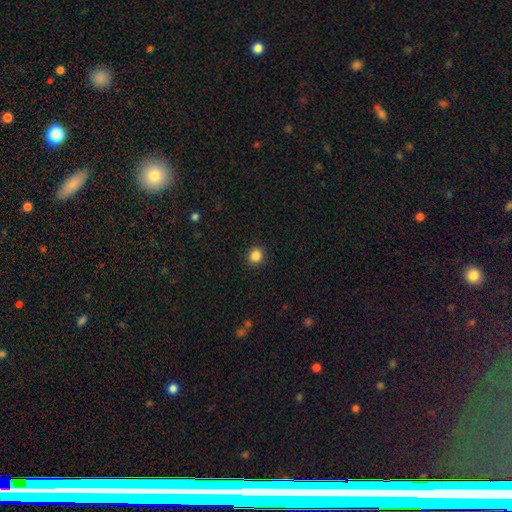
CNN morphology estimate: This is clearly a smooth galaxy (86%). How rounded: clearly round (88%). Merging: clearly none (91%).